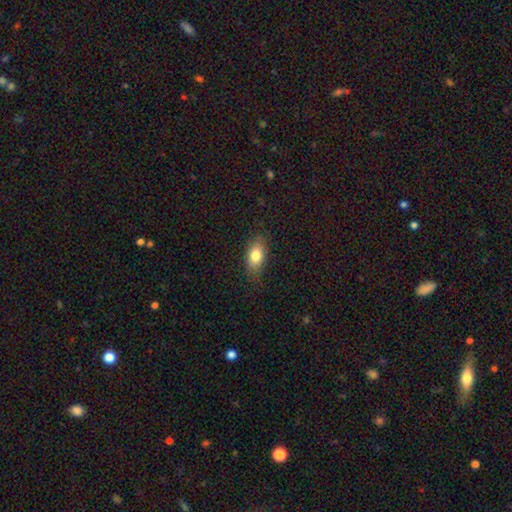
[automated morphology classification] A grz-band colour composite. It shows a smooth galaxy with no disk features (79%) that is in between round and cigar-shaped (85%). Merging: none (81%).